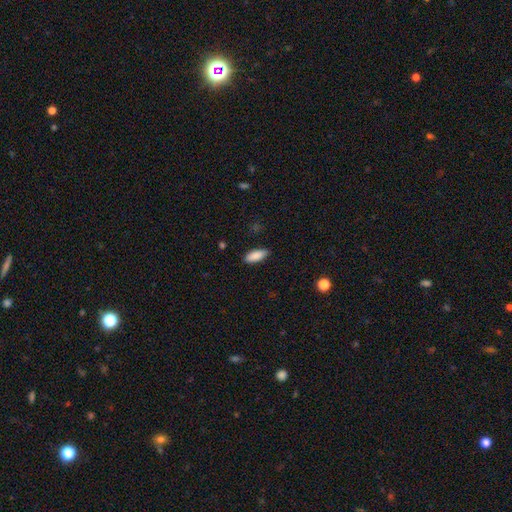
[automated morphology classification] The model was most divided on "how rounded": in between: 75%, cigar-shaped: 23%, round: 2%. More confident: smooth or featured — smooth (89%); merging — none (84%).